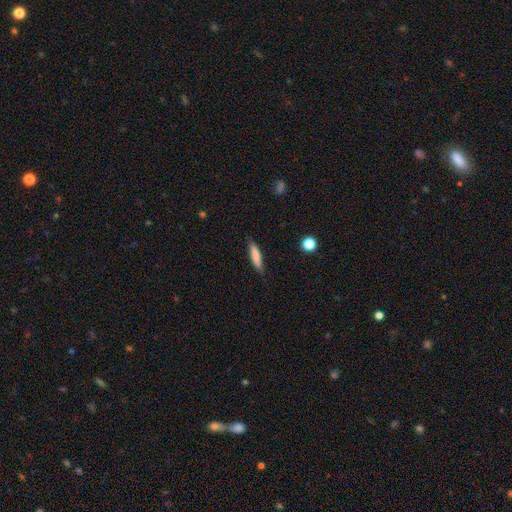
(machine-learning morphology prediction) The model was most divided on "how rounded": cigar-shaped: 79%, in between: 19%, round: 2%. More confident: merging — none (82%); smooth or featured — smooth (80%).